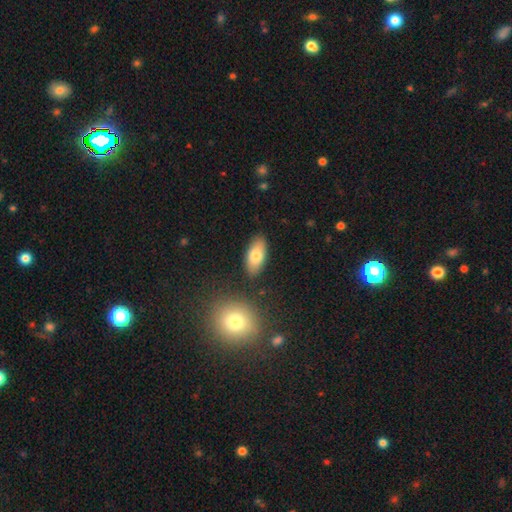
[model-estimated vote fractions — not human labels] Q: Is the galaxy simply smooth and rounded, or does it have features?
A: smooth — 77%.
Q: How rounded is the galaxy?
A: in between — 90%.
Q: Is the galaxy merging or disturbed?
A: none — 84%.